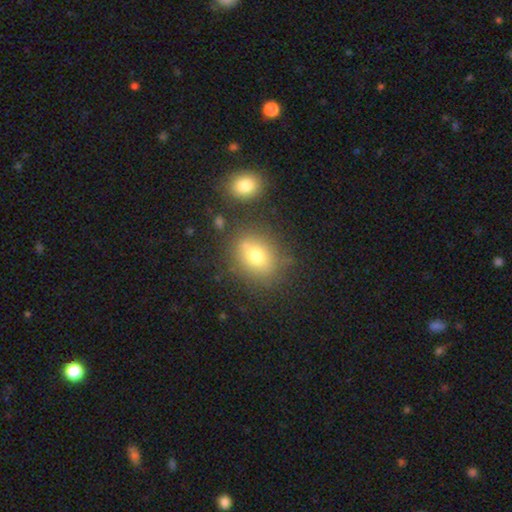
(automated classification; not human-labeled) Smooth or featured: smooth — 74% (featured or disk — 13%)
How rounded: round — 53% (in between — 46%)
Merging: none — 70% (minor disturbance — 13%)